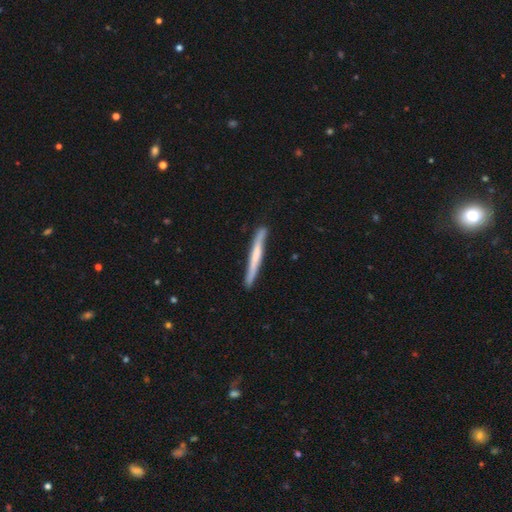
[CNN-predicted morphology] Overall: featured or disk (48%; smooth 47%). Merging: none (86%).